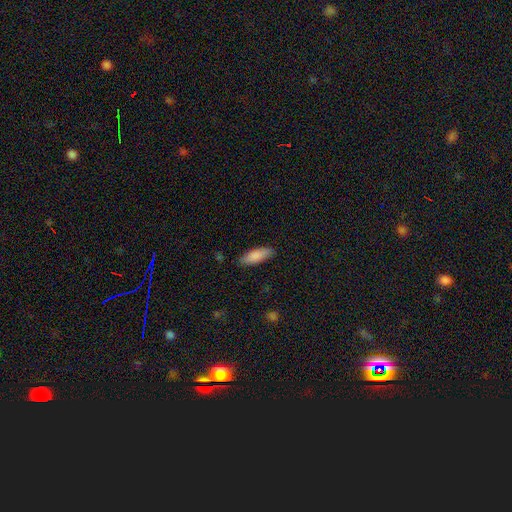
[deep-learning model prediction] smooth 87%, featured or disk 8%, star or artifact 6%. Down the decision tree: how rounded — in between (60%); merging — none (86%).